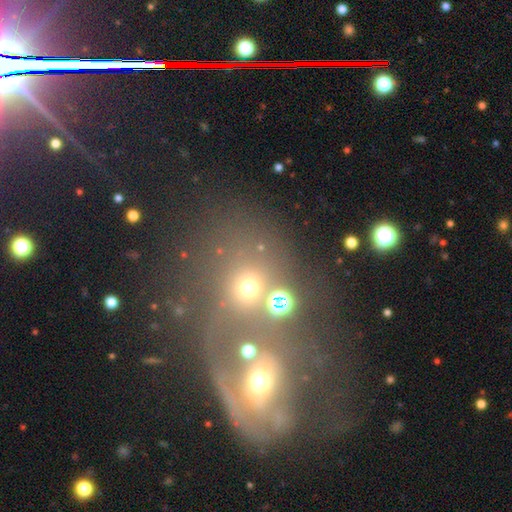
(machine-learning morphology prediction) This appears to be a smooth galaxy with no disk features (37%). Merging: merger (61%).